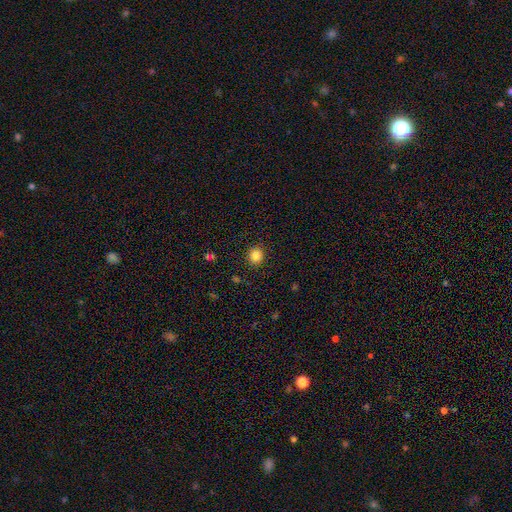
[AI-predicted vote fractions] A smooth galaxy with no disk features (85%) that is round (84%). Merging: none (90%).